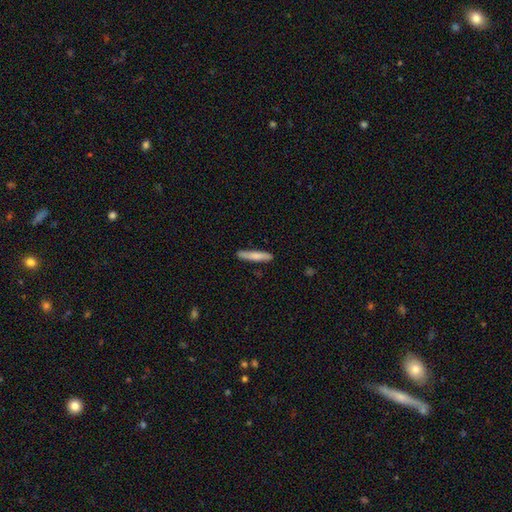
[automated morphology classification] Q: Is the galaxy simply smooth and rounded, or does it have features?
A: smooth — 74%.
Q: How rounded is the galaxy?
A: cigar-shaped — 91%.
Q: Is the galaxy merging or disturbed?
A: none — 86%.